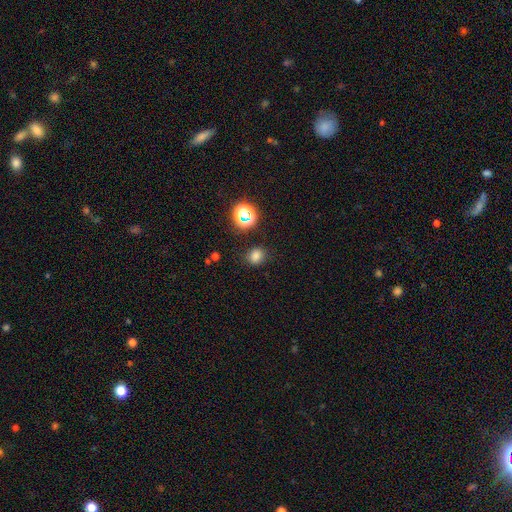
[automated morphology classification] Smooth or featured: smooth — 77% (star or artifact — 18%)
How rounded: round — 70% (in between — 29%)
Merging: none — 83% (minor disturbance — 11%)